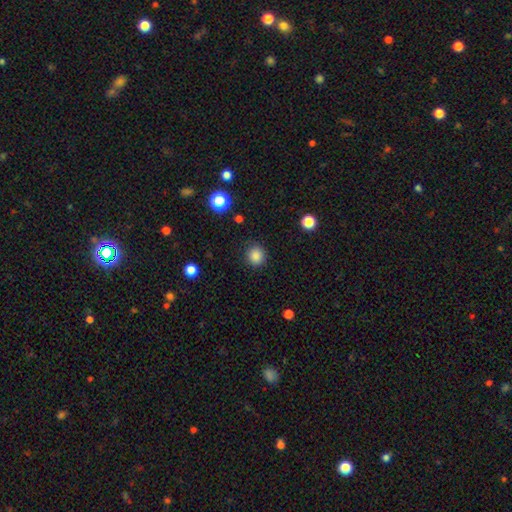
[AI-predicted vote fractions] smooth_or_featured: smooth (p=0.86) [alt: star or artifact p=0.11]
how_rounded: round (p=0.91) [alt: in between p=0.08]
merging: none (p=0.88) [alt: minor disturbance p=0.08]